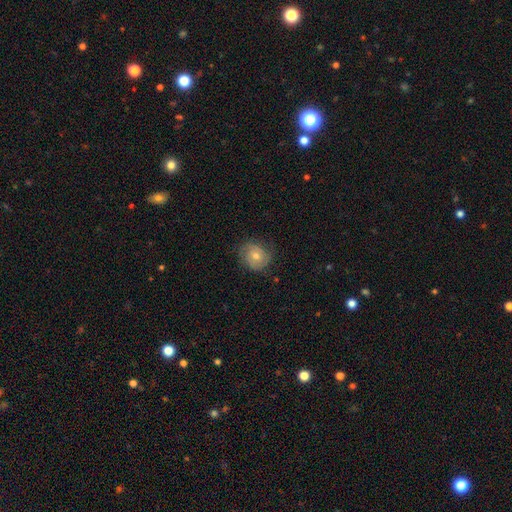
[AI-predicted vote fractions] smooth_or_featured: featured or disk (p=0.48) [alt: smooth p=0.41]
merging: none (p=0.76) [alt: minor disturbance p=0.17]